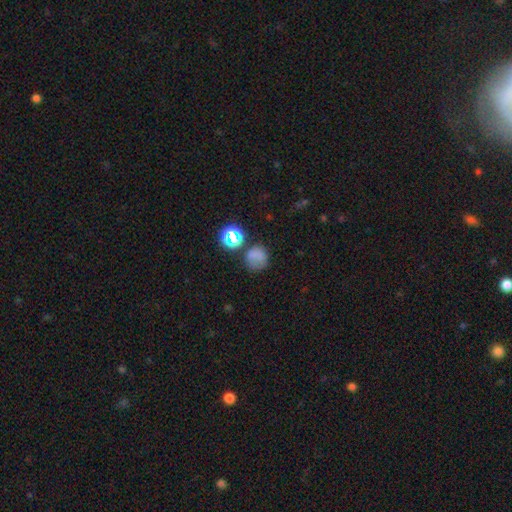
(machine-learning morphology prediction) Smooth or featured: smooth — 67% (star or artifact — 22%)
How rounded: round — 83% (in between — 16%)
Merging: none — 61% (minor disturbance — 19%)